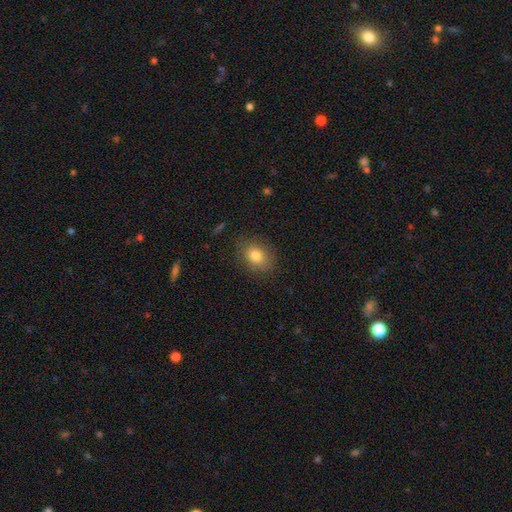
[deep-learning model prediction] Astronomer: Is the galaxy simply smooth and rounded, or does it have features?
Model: smooth — 79%.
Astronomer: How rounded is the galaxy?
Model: in between — 61% (runner-up: round, 38%).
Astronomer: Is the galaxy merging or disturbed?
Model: none — 82%.